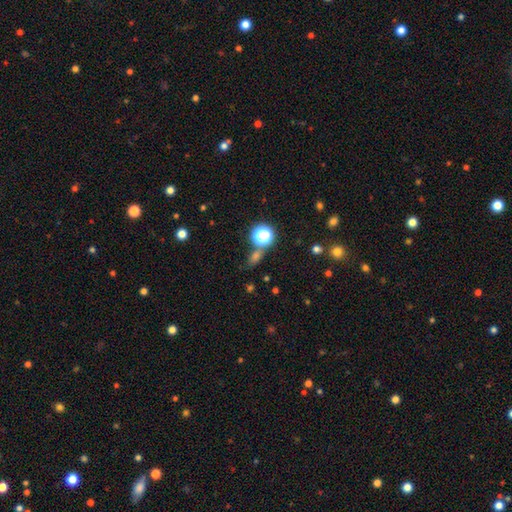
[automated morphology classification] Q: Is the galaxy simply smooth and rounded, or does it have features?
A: star or artifact — 46%.